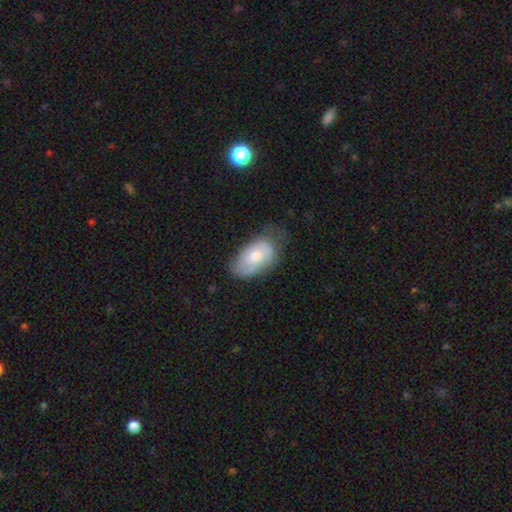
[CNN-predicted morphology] Smooth or featured? smooth (61%)
How rounded? in between (93%)
Merging? none (51%)